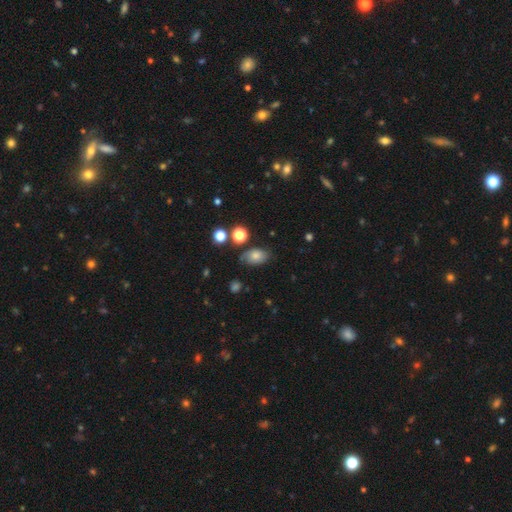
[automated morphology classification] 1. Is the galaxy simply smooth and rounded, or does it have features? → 64% smooth, 22% featured or disk, 13% star or artifact.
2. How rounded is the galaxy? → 84% in between, 14% round, 2% cigar-shaped.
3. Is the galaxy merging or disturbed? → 64% none, 24% minor disturbance, 8% major disturbance, 4% merger.